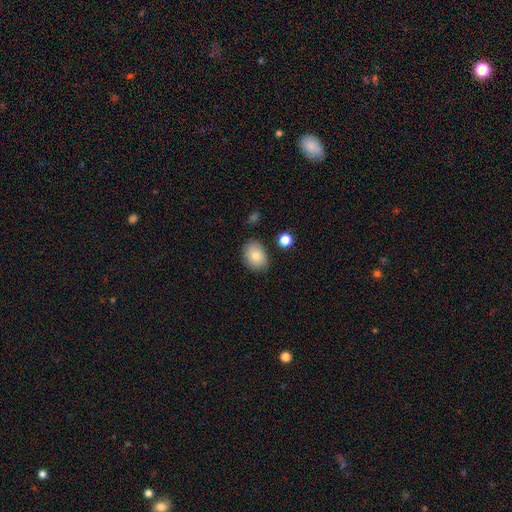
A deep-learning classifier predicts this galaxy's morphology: Smooth or featured? smooth (80%)
How rounded? in between (64%)
Merging? none (81%)